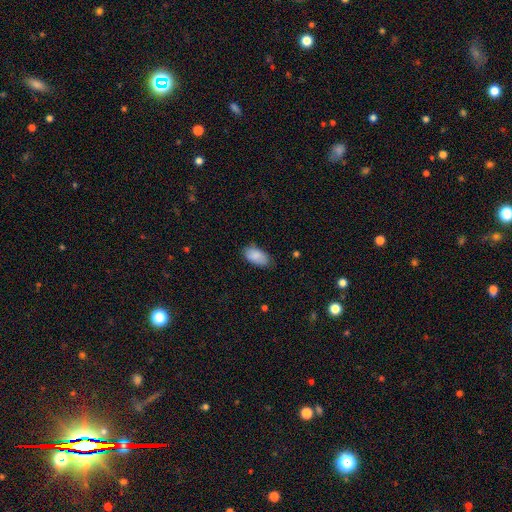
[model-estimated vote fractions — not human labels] smooth 87%, star or artifact 6%, featured or disk 6%. Down the decision tree: how rounded — in between (94%); merging — none (74%).